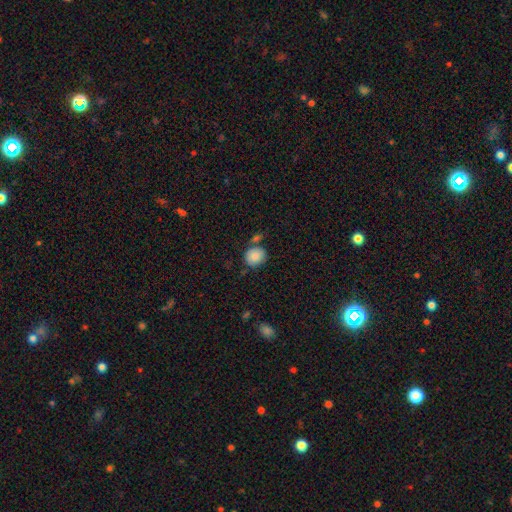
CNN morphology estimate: This is clearly a smooth galaxy (86%). How rounded: likely round (78%). Merging: likely none (65%).